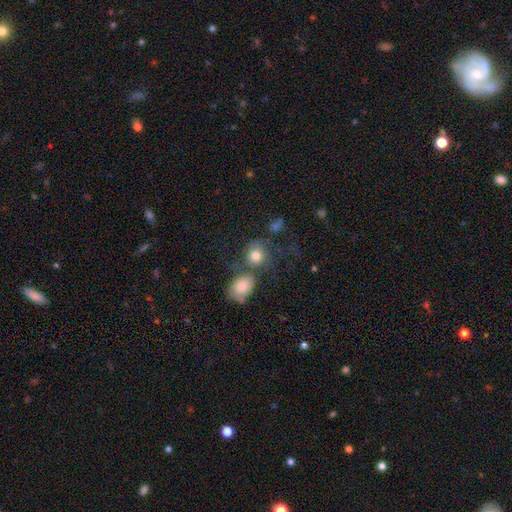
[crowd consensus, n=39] Smooth or featured: smooth — 82% (featured or disk — 15%)
How rounded: round — 62% (in between — 38%)
Merging: none — 37% (merger — 29%)